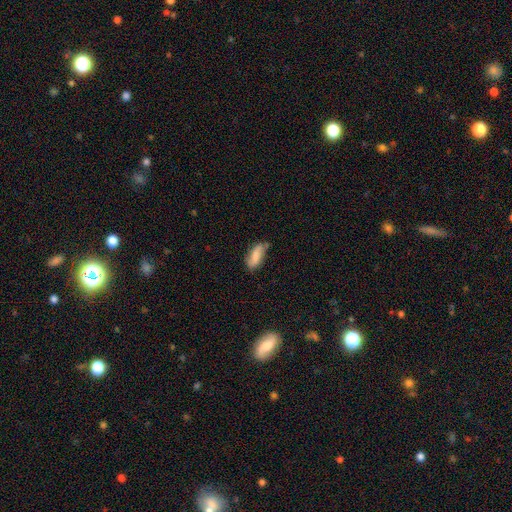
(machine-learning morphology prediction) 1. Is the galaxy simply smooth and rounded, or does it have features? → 67% smooth, 25% featured or disk, 8% star or artifact.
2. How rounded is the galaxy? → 80% in between, 17% cigar-shaped, 3% round.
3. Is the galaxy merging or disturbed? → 53% none, 33% minor disturbance, 9% major disturbance, 5% merger.